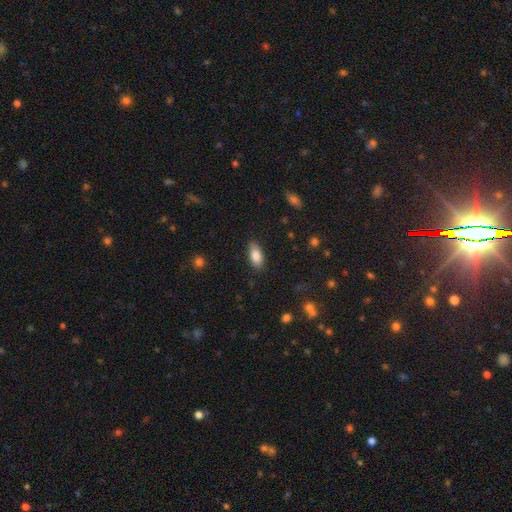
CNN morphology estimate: smooth 85%, featured or disk 8%, star or artifact 7%. Down the decision tree: how rounded — in between (86%); merging — none (83%).